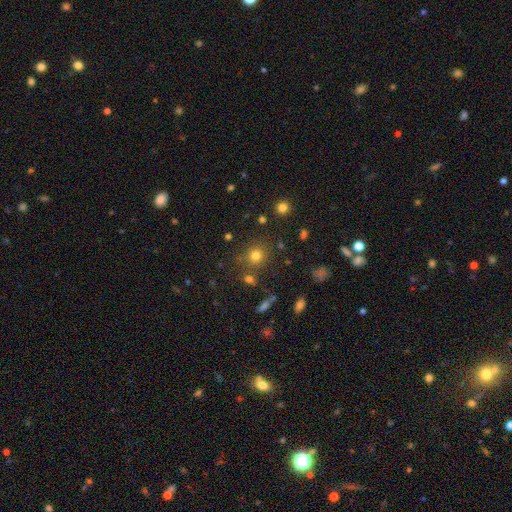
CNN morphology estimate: type=smooth (76%); roundness=round (90%); merging=none (81%).